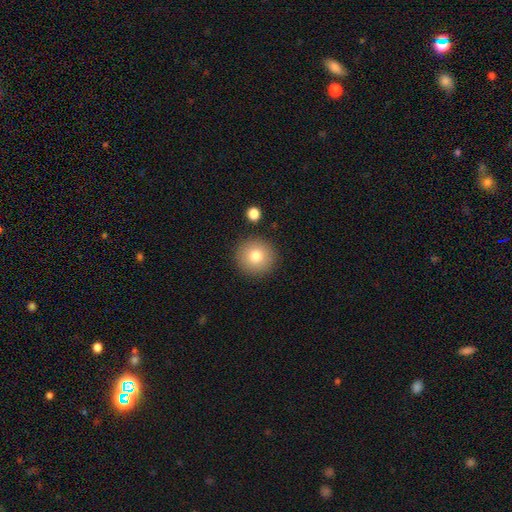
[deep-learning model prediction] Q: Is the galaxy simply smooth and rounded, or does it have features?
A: smooth — 77%.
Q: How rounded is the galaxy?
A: round — 94%.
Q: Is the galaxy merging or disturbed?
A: none — 89%.